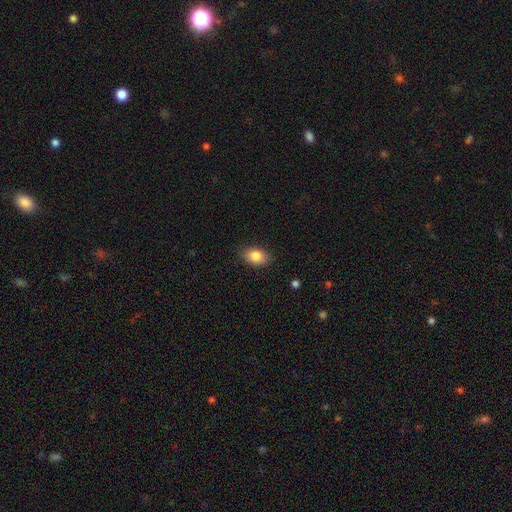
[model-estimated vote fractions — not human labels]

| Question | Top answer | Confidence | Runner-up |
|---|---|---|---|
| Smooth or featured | smooth | 85% | star or artifact (8%) |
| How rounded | in between | 83% | round (16%) |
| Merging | none | 85% | minor disturbance (12%) |